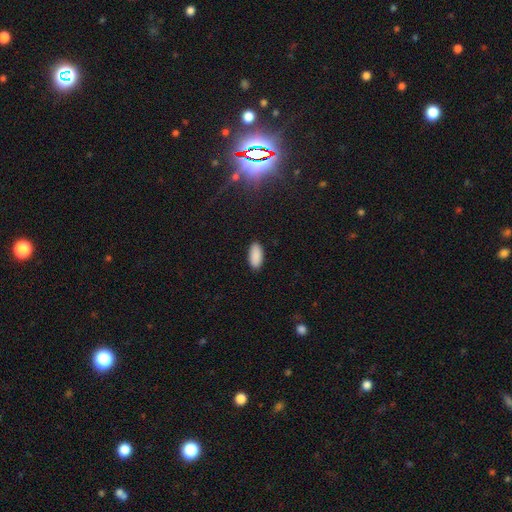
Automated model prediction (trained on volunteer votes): Overall: smooth (90%). How rounded: in between (92%). Merging: none (89%).